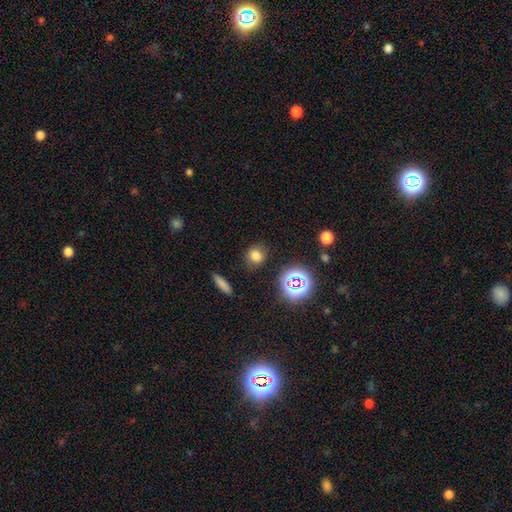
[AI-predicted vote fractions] A smooth galaxy with no disk features (74%) that is round (77%).

Vote fractions:
- Smooth or featured? smooth: 74% / star or artifact: 20% / featured or disk: 6%
- How rounded? round: 77% / in between: 21% / cigar-shaped: 2%
- Merging? none: 84% / minor disturbance: 10% / major disturbance: 3% / merger: 2%